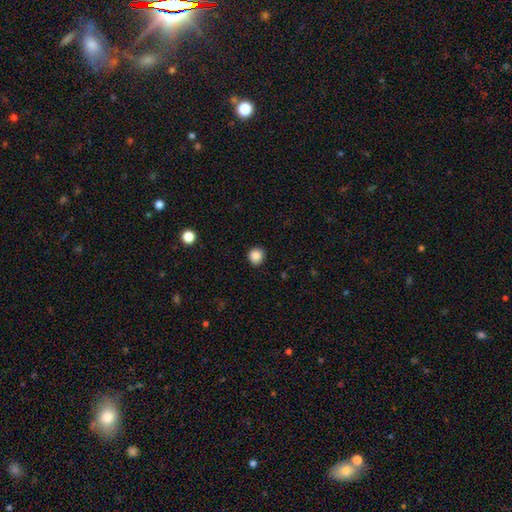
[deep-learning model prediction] A smooth galaxy with no disk features (87%) that is round (89%). Merging: none (89%).